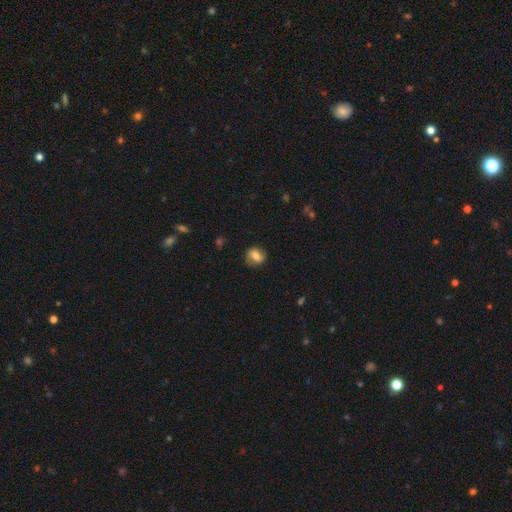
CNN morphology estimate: Smooth or featured: smooth — 61% (featured or disk — 30%)
How rounded: round — 67% (in between — 32%)
Merging: none — 80% (minor disturbance — 14%)